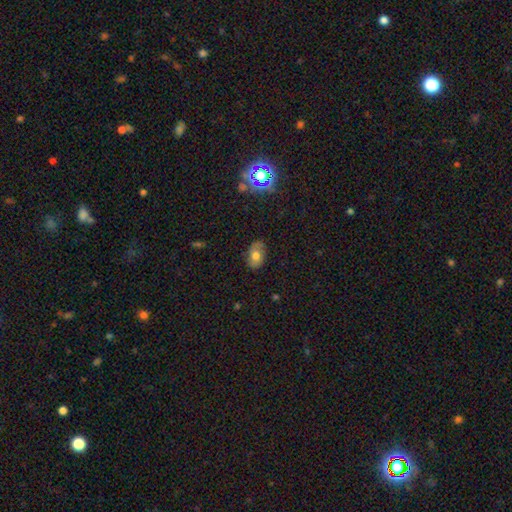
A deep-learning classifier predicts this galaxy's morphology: This appears to be a smooth galaxy with no disk features (64%) that is in between round and cigar-shaped (86%). Merging: none (78%).